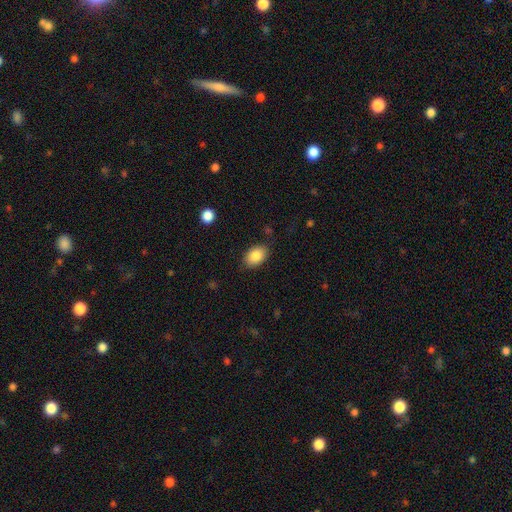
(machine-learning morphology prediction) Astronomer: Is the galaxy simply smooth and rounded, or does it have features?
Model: smooth — 86%.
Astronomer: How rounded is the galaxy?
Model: in between — 86%.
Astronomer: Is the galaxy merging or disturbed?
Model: none — 83%.